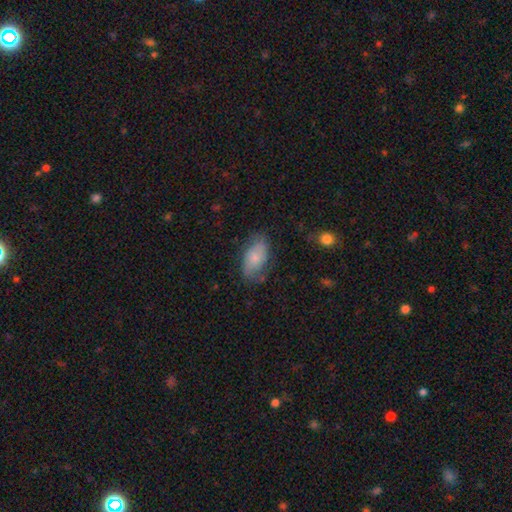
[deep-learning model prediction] smooth 61%, featured or disk 31%, star or artifact 8%. Down the decision tree: how rounded — in between (92%); merging — none (68%).